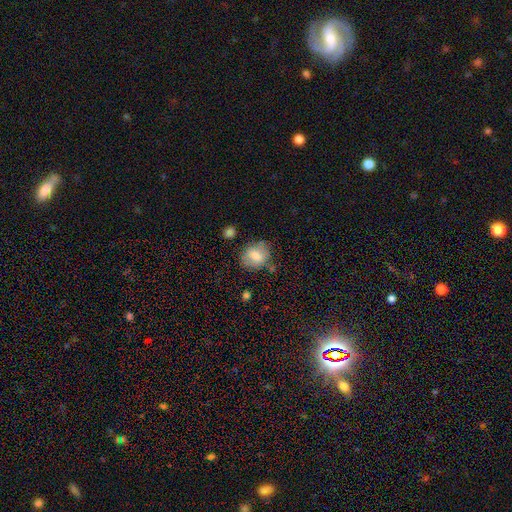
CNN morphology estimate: Overall: smooth (71%). How rounded: round (59%; in between 40%). Merging: none (71%).